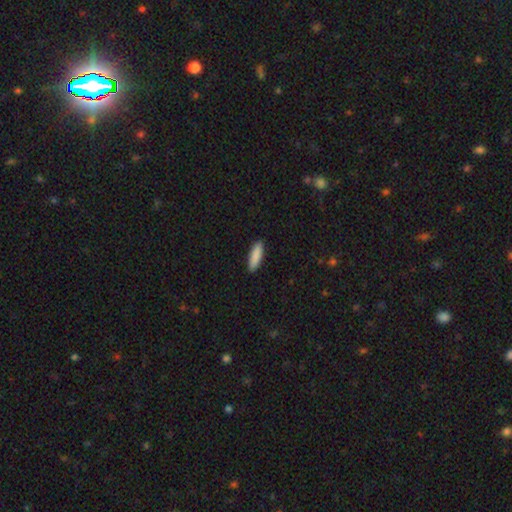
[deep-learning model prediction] A smooth galaxy with no disk features (89%) that is cigar-shaped (52%). Merging: none (90%).